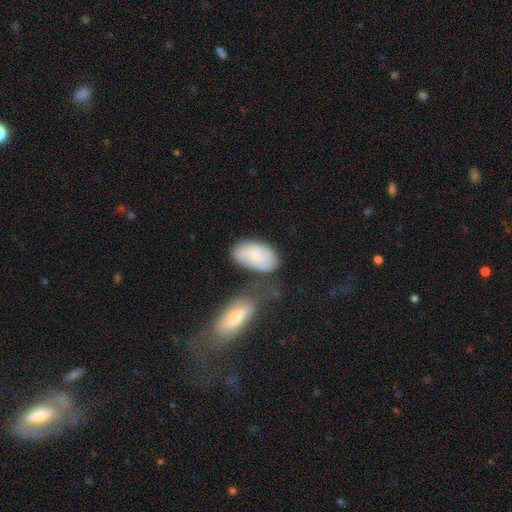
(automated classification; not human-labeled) Smooth or featured?
  - smooth: 58% *
  - featured or disk: 35%
  - star or artifact: 7%
How rounded?
  - in between: 93% *
  - round: 5%
  - cigar-shaped: 3%
Merging?
  - none: 52% *
  - minor disturbance: 21%
  - merger: 19%
  - major disturbance: 7%